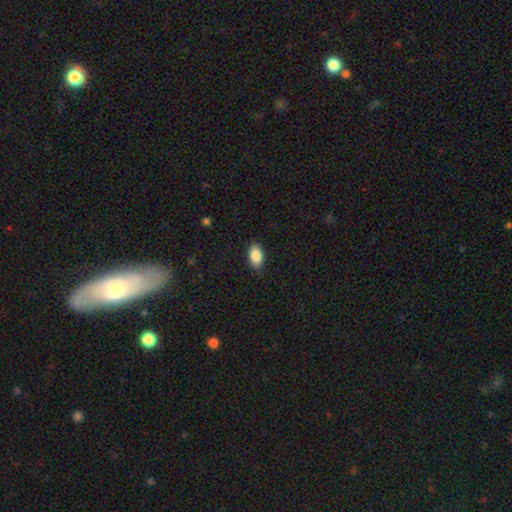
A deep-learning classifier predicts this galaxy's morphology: smooth-or-featured: smooth: 87% | star or artifact: 7% | featured or disk: 6%
  how-rounded: in between: 92% | round: 6% | cigar-shaped: 2%
  merging: none: 85% | minor disturbance: 12% | major disturbance: 2% | merger: 1%